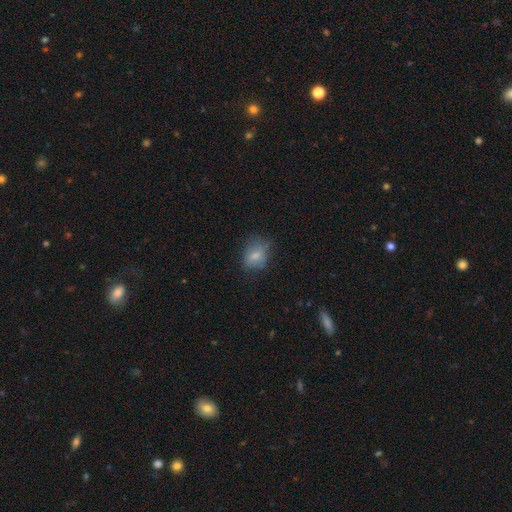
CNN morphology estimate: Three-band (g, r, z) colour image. It shows a smooth galaxy with no disk features (75%) that is in between round and cigar-shaped (58%). Merging: none (64%).